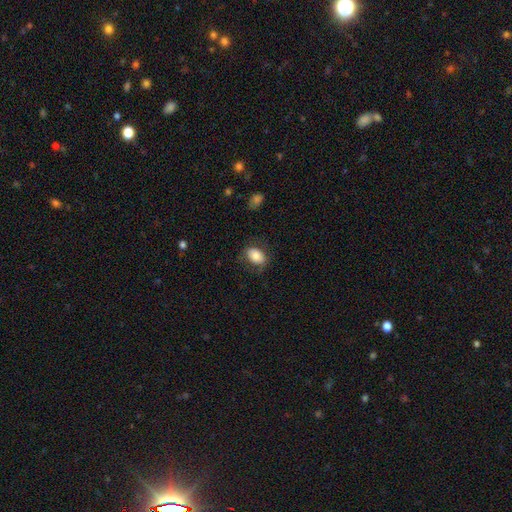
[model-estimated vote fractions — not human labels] smooth-or-featured: smooth: 78% | featured or disk: 15% | star or artifact: 7%
  how-rounded: in between: 83% | round: 16% | cigar-shaped: 1%
  merging: none: 74% | minor disturbance: 17% | major disturbance: 8% | merger: 1%